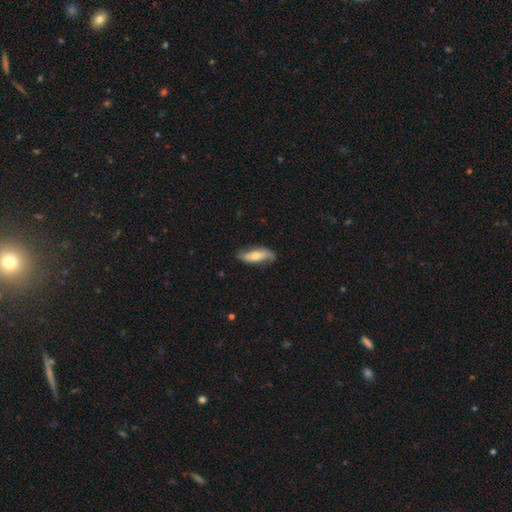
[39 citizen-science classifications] A smooth galaxy with no disk features (49%) that is in between round and cigar-shaped (74%).

Vote fractions:
- Smooth or featured? smooth: 49% / featured or disk: 46% / star or artifact: 5%
- How rounded? in between: 74% / cigar-shaped: 16% / round: 11%
- Merging? none: 62% / minor disturbance: 27% / major disturbance: 11% / merger: 0%